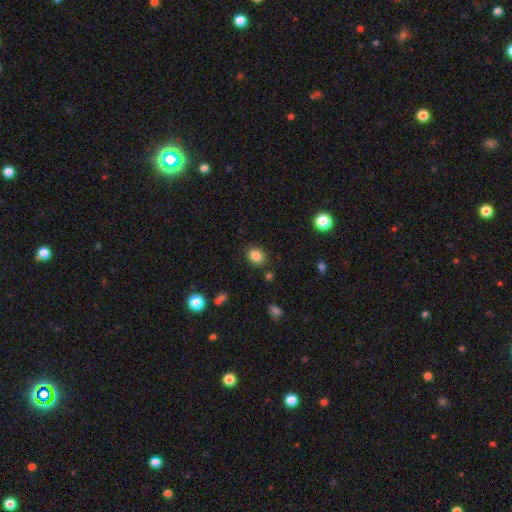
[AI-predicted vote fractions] smooth_or_featured: smooth (p=0.84) [alt: star or artifact p=0.10]
how_rounded: in between (p=0.51) [alt: round p=0.48]
merging: none (p=0.85) [alt: minor disturbance p=0.10]